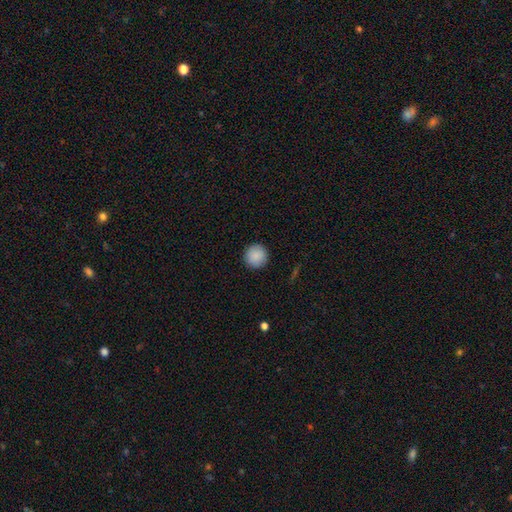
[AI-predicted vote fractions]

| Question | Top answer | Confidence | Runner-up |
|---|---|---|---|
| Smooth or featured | smooth | 89% | star or artifact (7%) |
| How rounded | round | 96% | in between (3%) |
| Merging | none | 92% | minor disturbance (5%) |